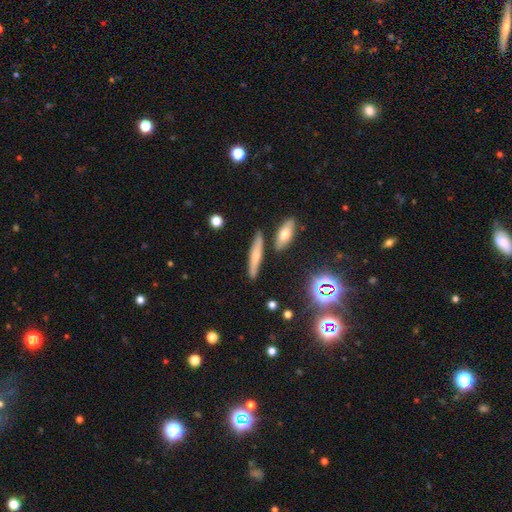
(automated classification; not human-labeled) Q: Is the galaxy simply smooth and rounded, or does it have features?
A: smooth — 56%.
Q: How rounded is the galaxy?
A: cigar-shaped — 84%.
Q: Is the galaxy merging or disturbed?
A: none — 80%.